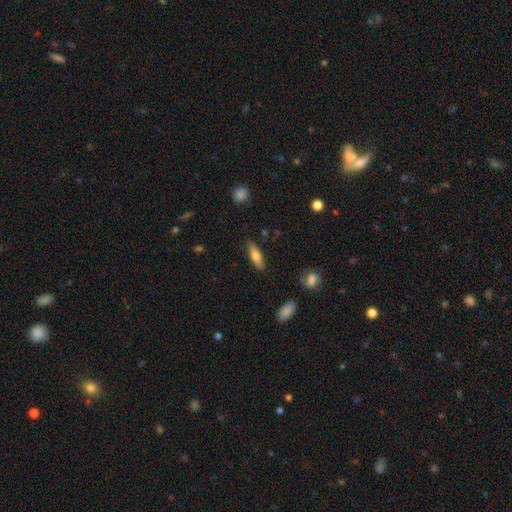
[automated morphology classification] Smooth or featured?
  - smooth: 71% *
  - featured or disk: 22%
  - star or artifact: 6%
How rounded?
  - in between: 50% *
  - cigar-shaped: 47%
  - round: 2%
Merging?
  - none: 85% *
  - minor disturbance: 11%
  - major disturbance: 2%
  - merger: 2%